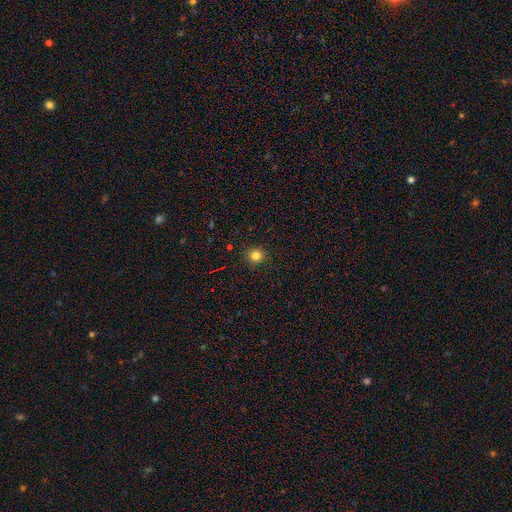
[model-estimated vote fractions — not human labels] This is likely a smooth galaxy (80%). How rounded: clearly round (90%). Merging: clearly none (90%).